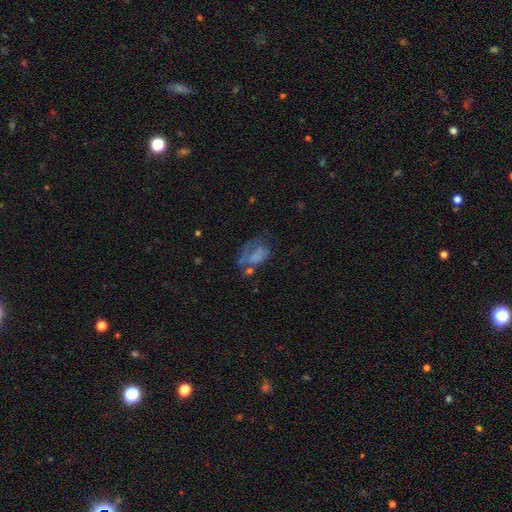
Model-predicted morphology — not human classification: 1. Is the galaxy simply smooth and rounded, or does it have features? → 50% smooth, 35% featured or disk, 16% star or artifact.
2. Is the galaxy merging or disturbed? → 43% major disturbance, 26% none, 21% minor disturbance, 10% merger.